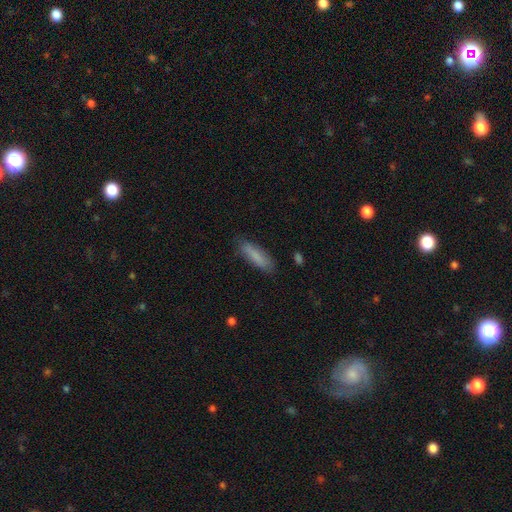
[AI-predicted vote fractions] This is clearly a smooth galaxy (82%). How rounded: likely cigar-shaped (64%). Merging: clearly none (81%).